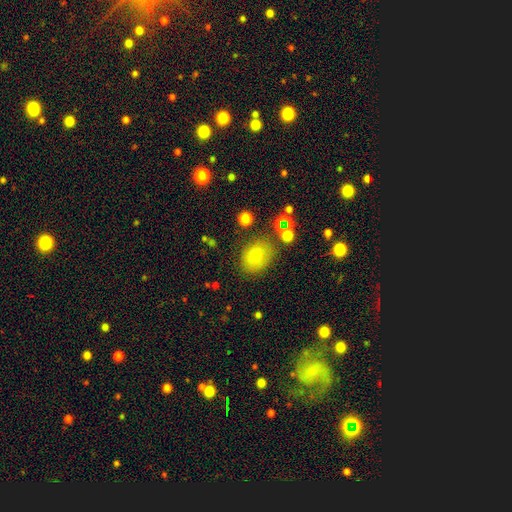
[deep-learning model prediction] Morphology: type=smooth (76%); roundness=in between (56%); merging=none (73%).